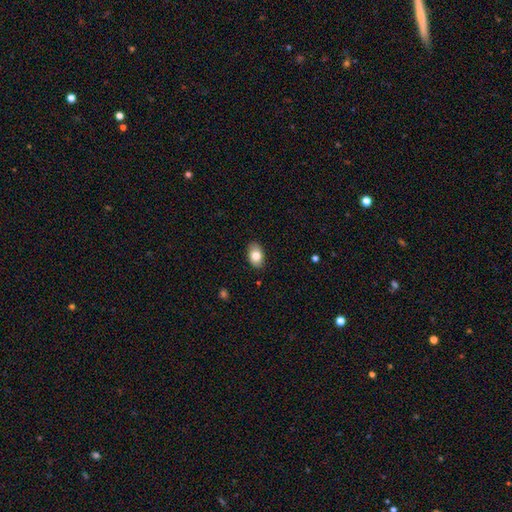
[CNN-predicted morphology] smooth_or_featured: smooth (p=0.82) [alt: featured or disk p=0.11]
how_rounded: in between (p=0.88) [alt: round p=0.10]
merging: none (p=0.87) [alt: minor disturbance p=0.10]